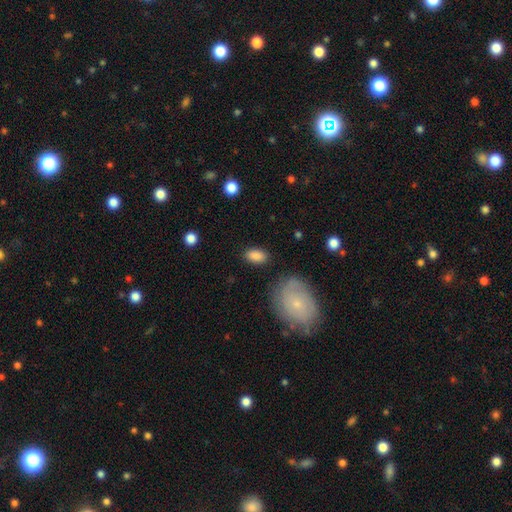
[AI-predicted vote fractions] This is clearly a smooth galaxy (87%). How rounded: clearly in between (91%). Merging: clearly none (84%).